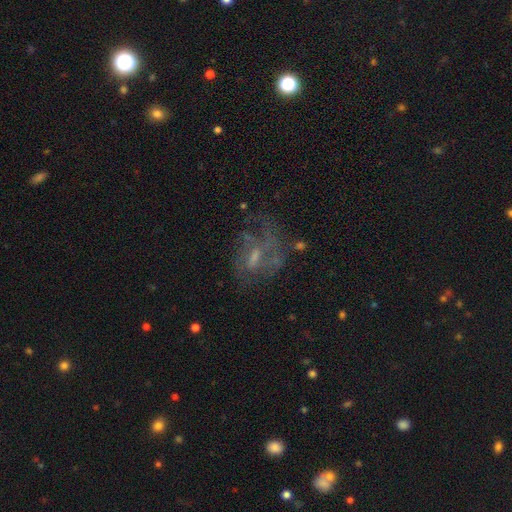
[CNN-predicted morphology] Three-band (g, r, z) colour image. It shows a featured or disk galaxy (64%) with a weak bar (45%), spiral arms (58%) and a small central bulge (38%). Merging: none (42%).